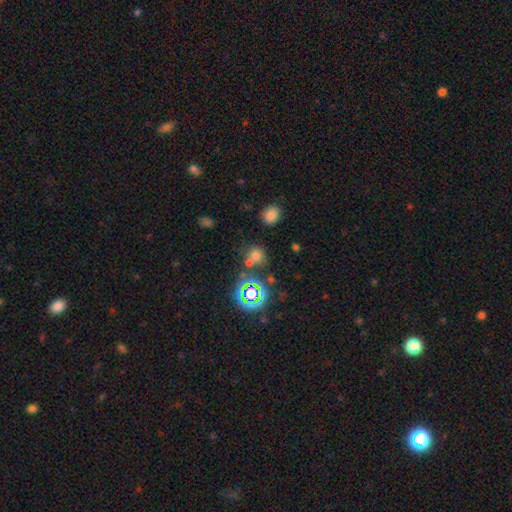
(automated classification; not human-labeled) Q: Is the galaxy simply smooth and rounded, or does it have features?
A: smooth — 61%.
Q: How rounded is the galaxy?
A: round — 82%.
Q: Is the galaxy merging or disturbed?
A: none — 58%.